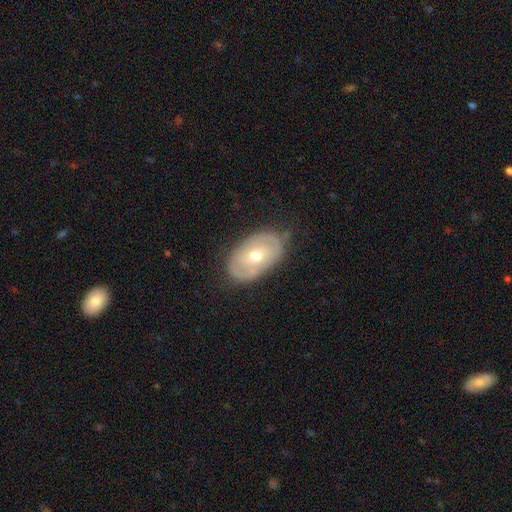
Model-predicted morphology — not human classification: type=featured or disk (55%); edge-on=no (91%); merging=none (77%).